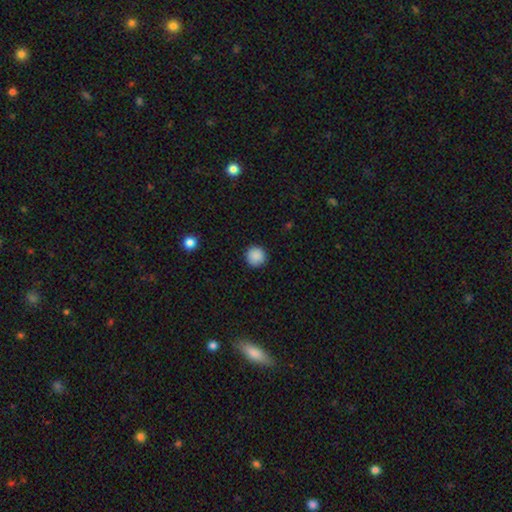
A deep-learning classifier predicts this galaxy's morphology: smooth 88%, star or artifact 9%, featured or disk 3%. Down the decision tree: how rounded — round (96%); merging — none (92%).